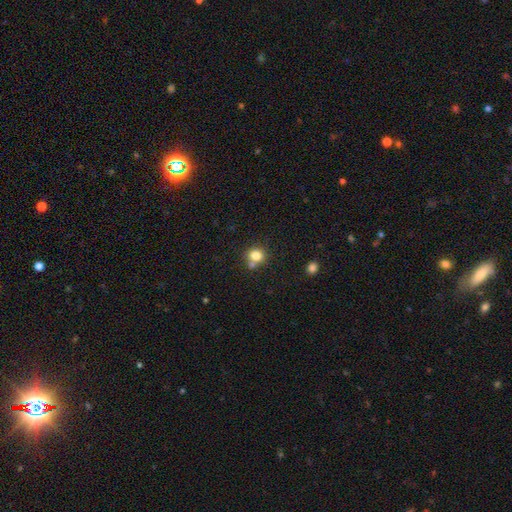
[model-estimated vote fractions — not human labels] This appears to be a smooth galaxy with no disk features (81%) that is round (83%). Merging: none (63%).